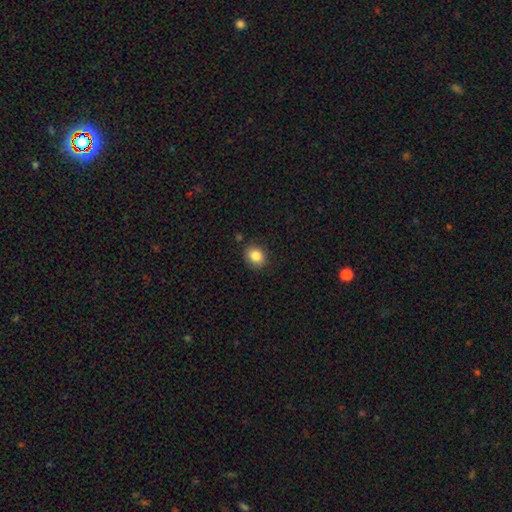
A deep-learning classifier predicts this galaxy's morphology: smooth-or-featured: smooth: 85% | star or artifact: 9% | featured or disk: 6%
  how-rounded: round: 59% | in between: 40% | cigar-shaped: 1%
  merging: none: 85% | minor disturbance: 11% | major disturbance: 2% | merger: 2%